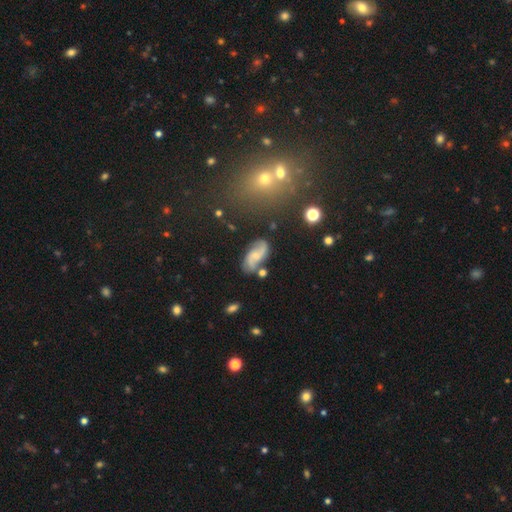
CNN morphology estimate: A featured or disk galaxy (73%) with no bar (51%), 2 (90%) loose (52%) spiral arms (93%) and a small central bulge (53%). Merging: none (64%).